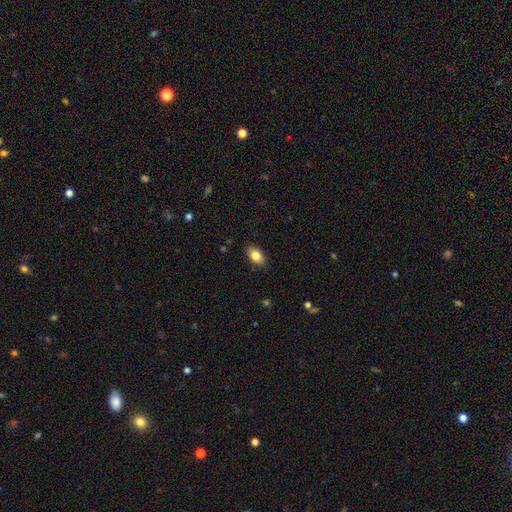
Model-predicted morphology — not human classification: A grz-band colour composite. It shows a smooth galaxy with no disk features (84%) that is in between round and cigar-shaped (90%). Merging: none (88%).